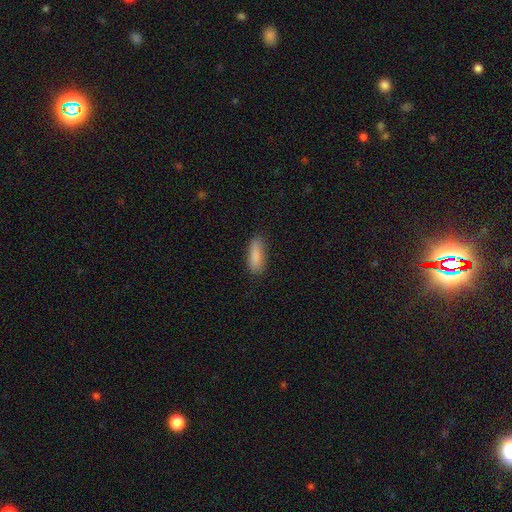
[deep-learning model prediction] Smooth or featured? Predicted: smooth (p=0.87). How rounded? Predicted: in between (p=0.60). Merging? Predicted: none (p=0.77).